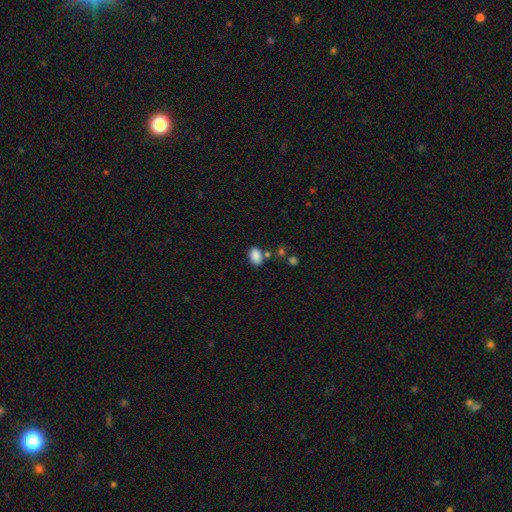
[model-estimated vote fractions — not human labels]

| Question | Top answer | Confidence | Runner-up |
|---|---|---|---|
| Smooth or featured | smooth | 87% | star or artifact (9%) |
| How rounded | in between | 84% | round (15%) |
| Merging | none | 71% | minor disturbance (15%) |